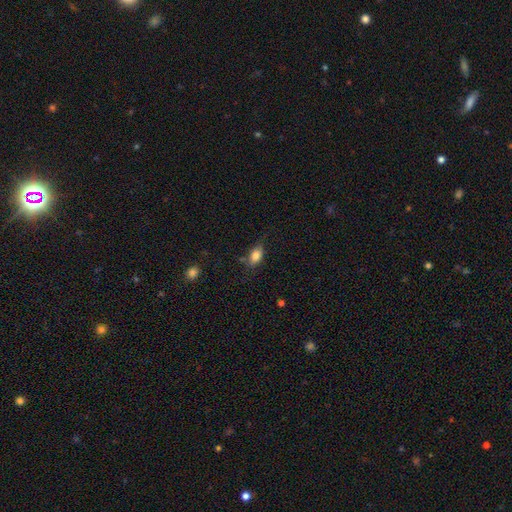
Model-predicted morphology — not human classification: Smooth or featured?
  - smooth: 82% *
  - featured or disk: 9%
  - star or artifact: 9%
How rounded?
  - in between: 84% *
  - round: 11%
  - cigar-shaped: 4%
Merging?
  - none: 68% *
  - minor disturbance: 22%
  - major disturbance: 5%
  - merger: 4%